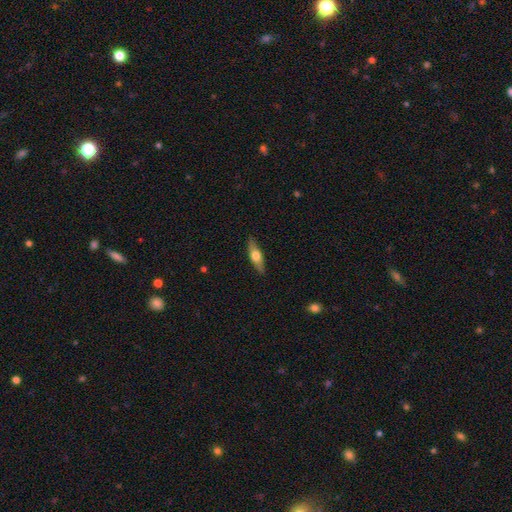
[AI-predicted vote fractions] Smooth or featured?
  - smooth: 50% *
  - featured or disk: 44%
  - star or artifact: 6%
How rounded?
  - cigar-shaped: 54% *
  - in between: 42%
  - round: 3%
Merging?
  - none: 88% *
  - minor disturbance: 9%
  - major disturbance: 2%
  - merger: 1%